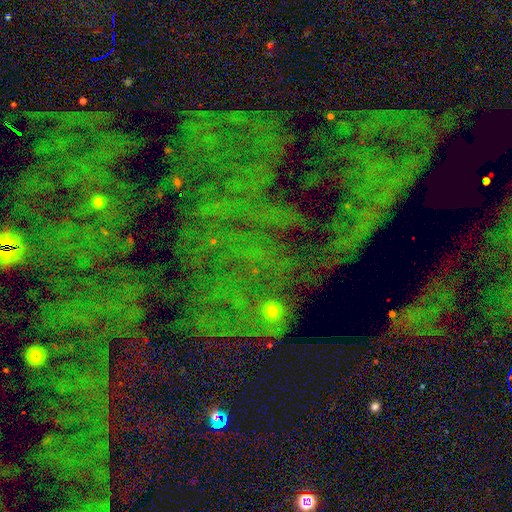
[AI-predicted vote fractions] Morphology: type=star or artifact (81%).